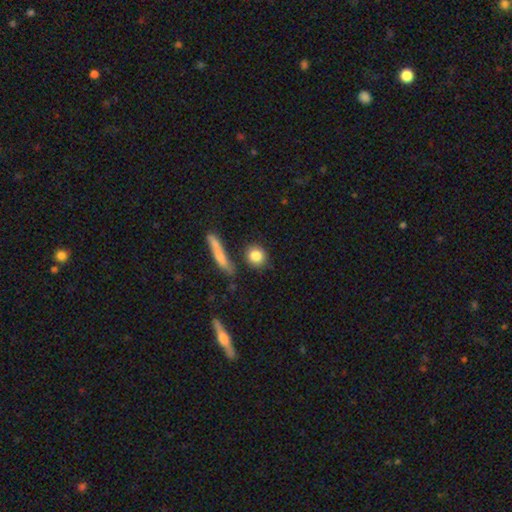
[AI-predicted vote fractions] This is clearly a smooth galaxy (84%). How rounded: likely round (76%). Merging: likely none (77%).